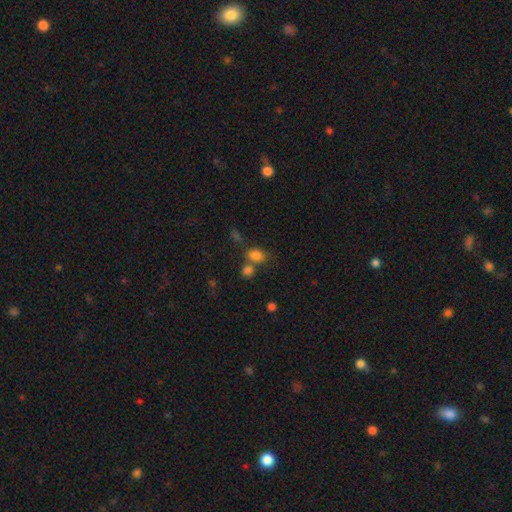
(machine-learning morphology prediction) Overall: smooth (80%). How rounded: in between (63%; round 35%). Merging: none (53%; merger 30%).